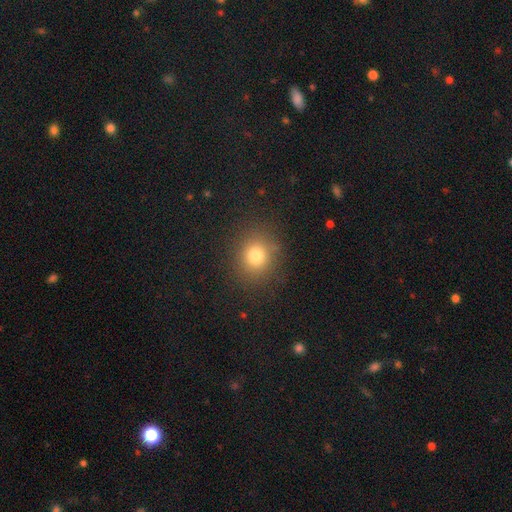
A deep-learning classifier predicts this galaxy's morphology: smooth-or-featured: smooth: 76% | star or artifact: 15% | featured or disk: 8%
  how-rounded: round: 81% | in between: 18% | cigar-shaped: 1%
  merging: none: 87% | minor disturbance: 8% | major disturbance: 4% | merger: 1%